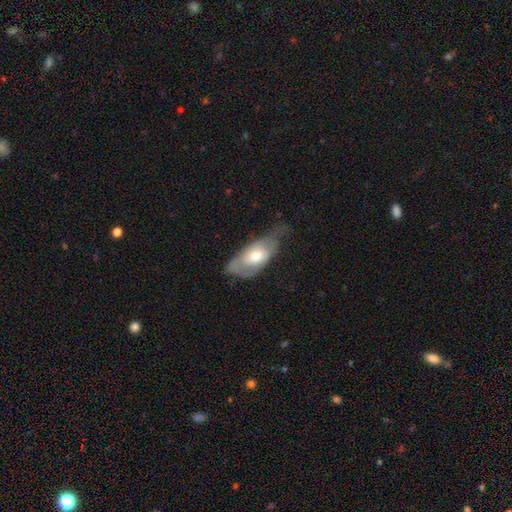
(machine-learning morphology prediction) Smooth or featured: smooth — 51% (featured or disk — 44%)
How rounded: in between — 88% (cigar-shaped — 9%)
Merging: minor disturbance — 40% (none — 29%)